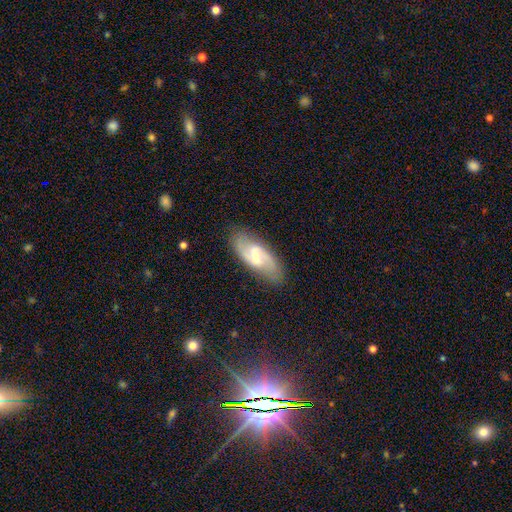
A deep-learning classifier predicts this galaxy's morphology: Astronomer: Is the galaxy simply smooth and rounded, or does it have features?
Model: featured or disk — 76%.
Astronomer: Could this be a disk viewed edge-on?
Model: no — 94%.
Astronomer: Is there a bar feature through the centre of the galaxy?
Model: weak — 59%.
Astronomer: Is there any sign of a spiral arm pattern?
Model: yes — 93%.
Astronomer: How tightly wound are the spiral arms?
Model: medium — 48% (runner-up: loose, 35%).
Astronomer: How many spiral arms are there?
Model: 2 — 88%.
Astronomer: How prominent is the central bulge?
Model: small — 57% (runner-up: moderate, 32%).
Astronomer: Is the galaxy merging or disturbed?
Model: none — 83%.